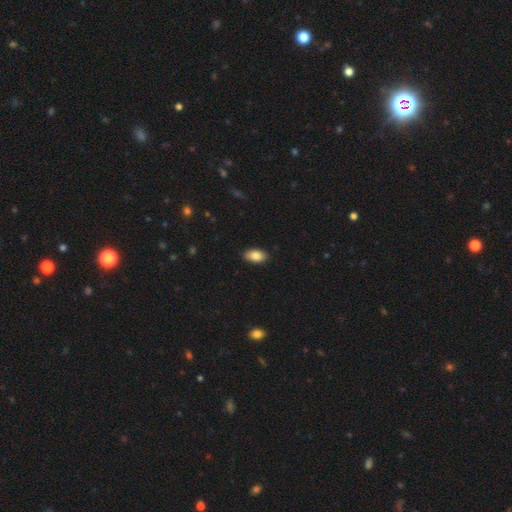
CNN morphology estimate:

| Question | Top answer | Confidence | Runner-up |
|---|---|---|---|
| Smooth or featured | smooth | 84% | featured or disk (9%) |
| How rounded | in between | 93% | round (5%) |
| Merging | none | 89% | minor disturbance (9%) |